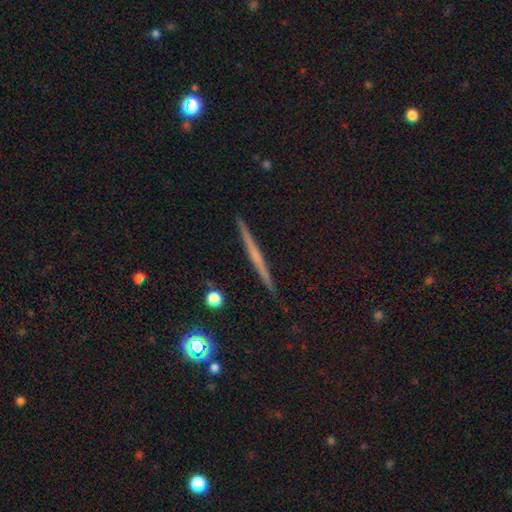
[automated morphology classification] featured or disk 57%, smooth 33%, star or artifact 10%. Down the decision tree: edge-on disk — yes (98%); edge-on bulge — none (81%); merging — none (92%).